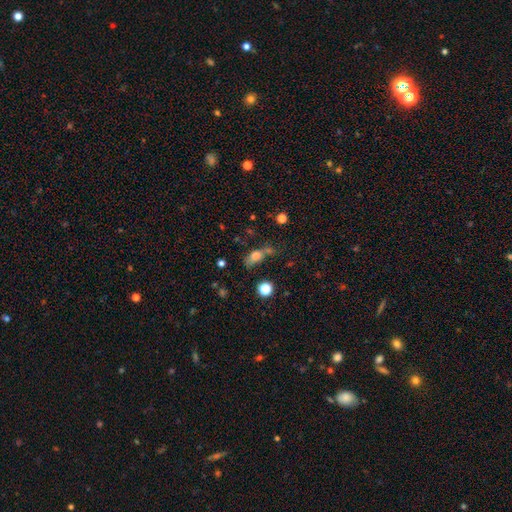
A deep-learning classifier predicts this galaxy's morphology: type=smooth (73%); roundness=in between (73%); merging=none (45%).